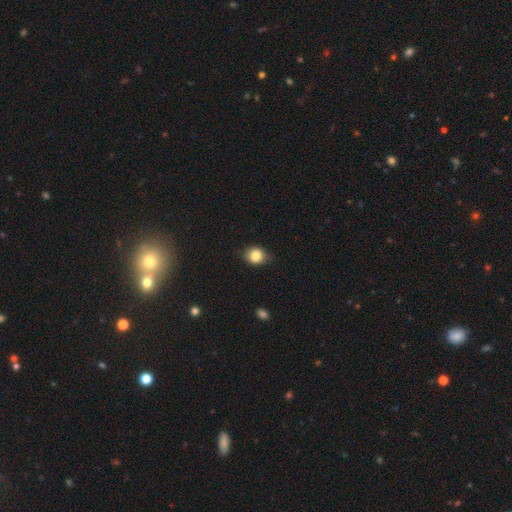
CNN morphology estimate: smooth-or-featured: smooth: 83% | star or artifact: 10% | featured or disk: 8%
  how-rounded: round: 65% | in between: 34% | cigar-shaped: 1%
  merging: none: 75% | minor disturbance: 20% | major disturbance: 4% | merger: 1%